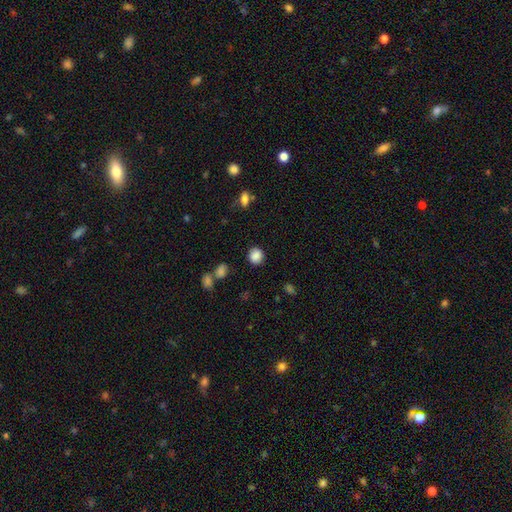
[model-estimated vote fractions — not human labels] Smooth or featured? Predicted: smooth (p=0.86). How rounded? Predicted: round (p=0.83). Merging? Predicted: none (p=0.85).